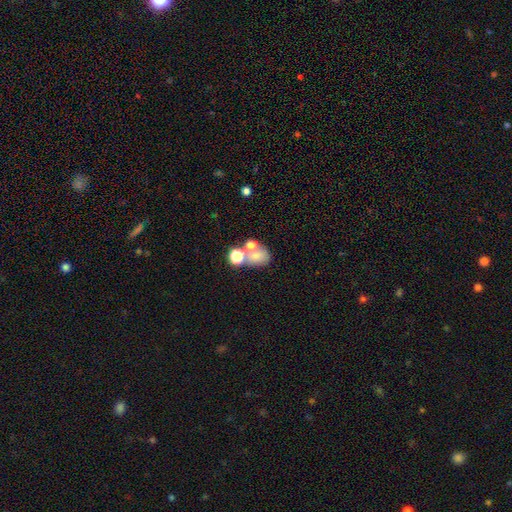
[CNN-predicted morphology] smooth 65%, featured or disk 19%, star or artifact 16%. Down the decision tree: how rounded — round (51%); merging — merger (46%).